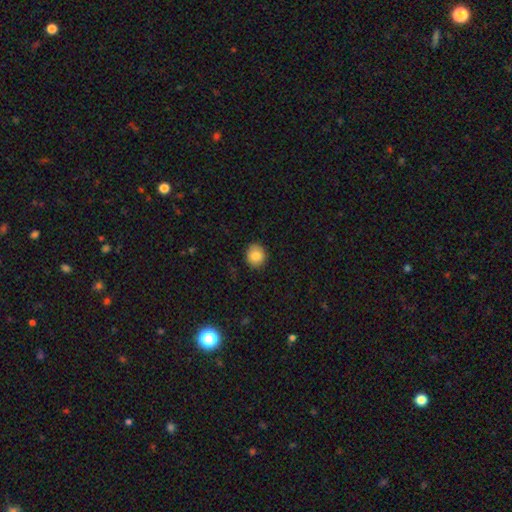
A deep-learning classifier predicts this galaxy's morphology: Smooth or featured? Predicted: smooth (p=0.84). How rounded? Predicted: round (p=0.81). Merging? Predicted: none (p=0.87).